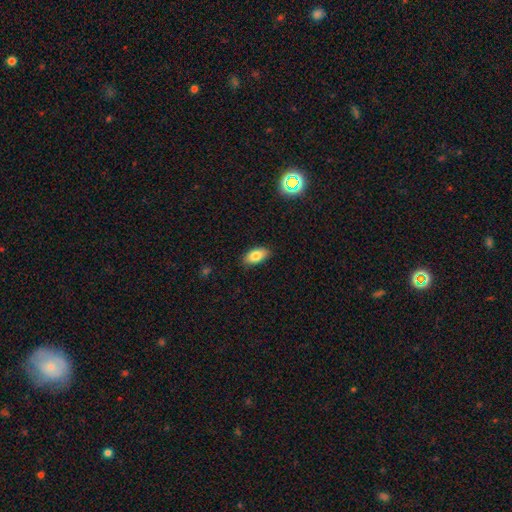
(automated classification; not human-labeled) A smooth galaxy with no disk features (82%) that is in between round and cigar-shaped (92%).

Vote fractions:
- Smooth or featured? smooth: 82% / featured or disk: 10% / star or artifact: 8%
- How rounded? in between: 92% / round: 4% / cigar-shaped: 4%
- Merging? none: 86% / minor disturbance: 11% / major disturbance: 2% / merger: 1%